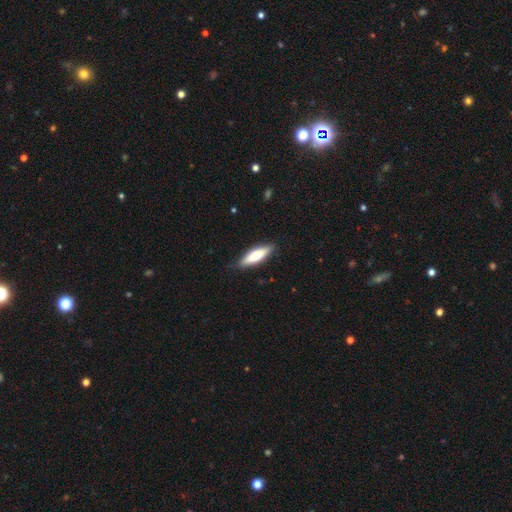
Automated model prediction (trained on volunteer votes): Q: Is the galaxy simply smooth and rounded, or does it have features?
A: smooth — 68%.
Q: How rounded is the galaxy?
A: cigar-shaped — 61%.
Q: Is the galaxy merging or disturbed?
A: none — 87%.